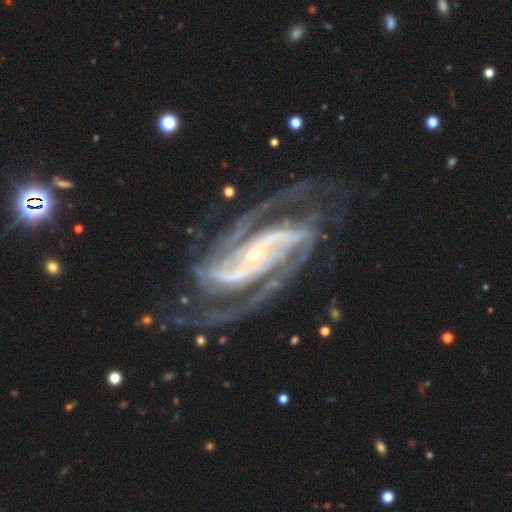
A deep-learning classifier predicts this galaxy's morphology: A featured or disk galaxy (93%) with no bar (38%), 2 (53%) medium (47%) spiral arms (99%) and a small central bulge (78%). Merging: none (69%).